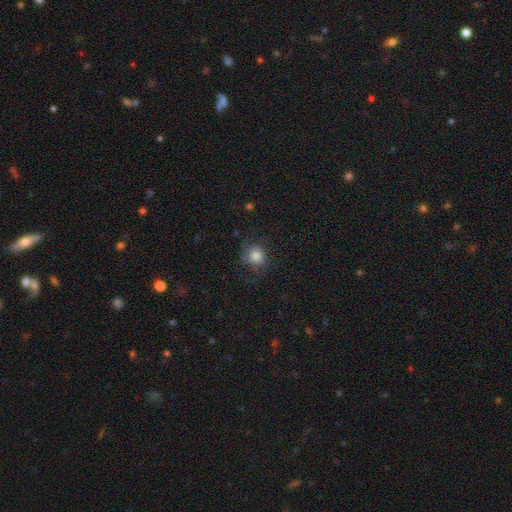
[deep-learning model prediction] Overall: smooth (73%). How rounded: round (78%). Merging: none (60%; minor disturbance 22%).